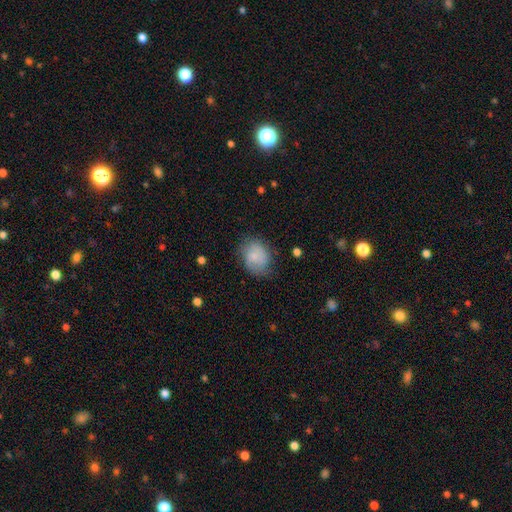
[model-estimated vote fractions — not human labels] The model was most divided on "how rounded": in between: 50%, round: 49%, cigar-shaped: 1%. More confident: smooth or featured — smooth (70%); merging — none (64%).